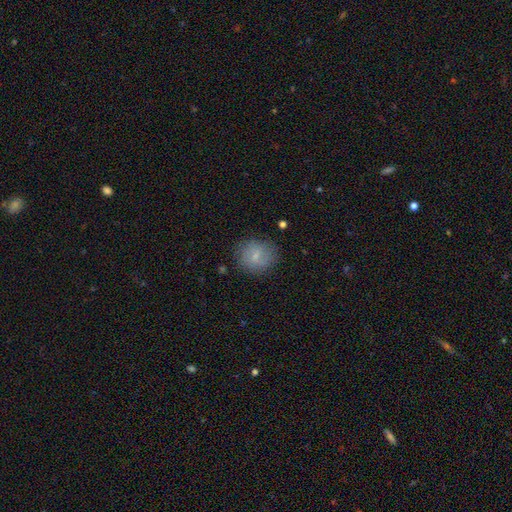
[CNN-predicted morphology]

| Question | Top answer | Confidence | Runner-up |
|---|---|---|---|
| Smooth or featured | smooth | 69% | featured or disk (22%) |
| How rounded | round | 79% | in between (20%) |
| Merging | none | 78% | minor disturbance (15%) |